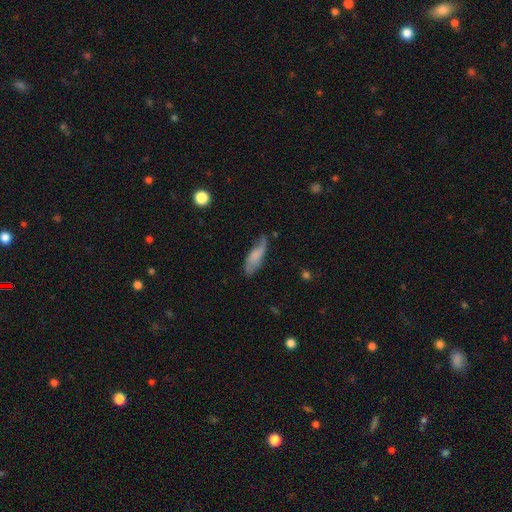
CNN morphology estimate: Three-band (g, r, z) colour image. It shows a smooth galaxy with no disk features (55%) that is in between round and cigar-shaped (56%). Merging: none (53%).